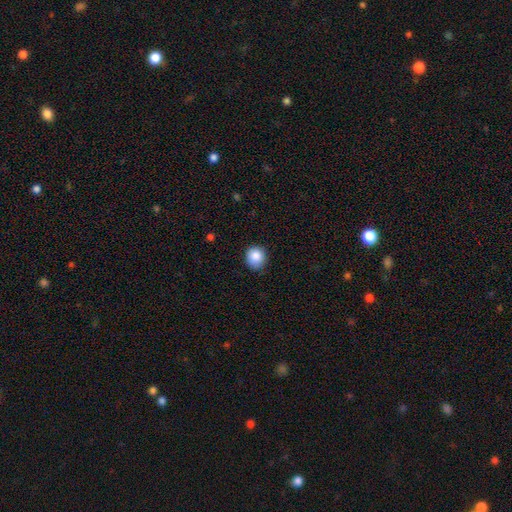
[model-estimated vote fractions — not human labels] smooth_or_featured: smooth (p=0.86) [alt: star or artifact p=0.09]
how_rounded: round (p=0.81) [alt: in between p=0.18]
merging: none (p=0.80) [alt: minor disturbance p=0.16]